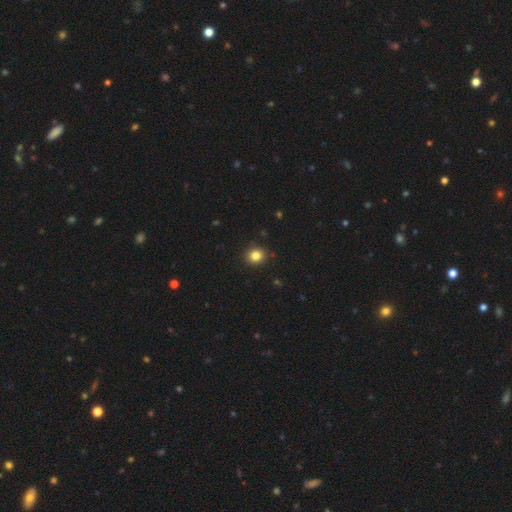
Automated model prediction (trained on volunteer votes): Morphology: type=smooth (83%); roundness=round (83%); merging=none (91%).